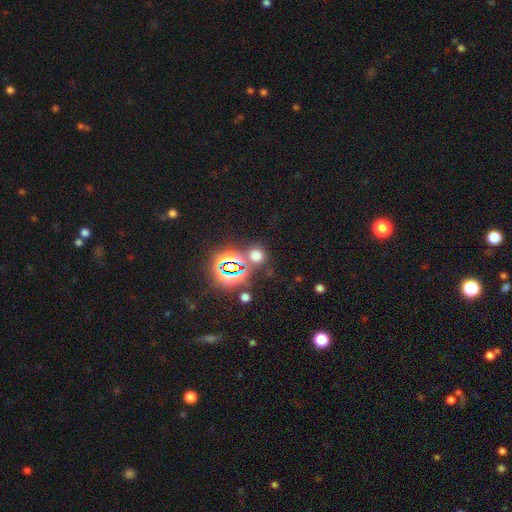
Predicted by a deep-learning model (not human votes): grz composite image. It shows a smooth galaxy with no disk features (54%) that is round (82%). Merging: none (73%).